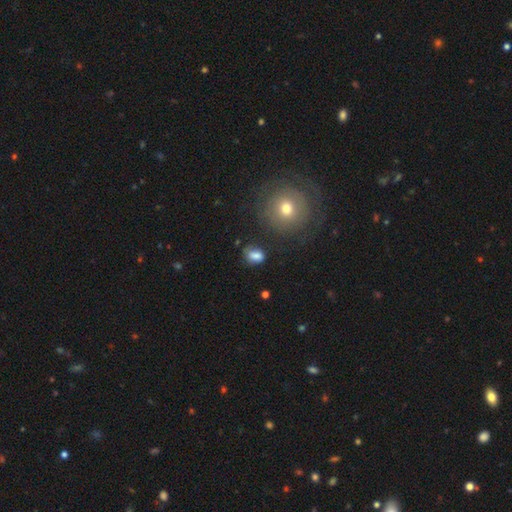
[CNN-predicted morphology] smooth-or-featured: smooth: 78% | star or artifact: 12% | featured or disk: 10%
  how-rounded: in between: 76% | round: 22% | cigar-shaped: 2%
  merging: none: 62% | minor disturbance: 22% | major disturbance: 8% | merger: 8%